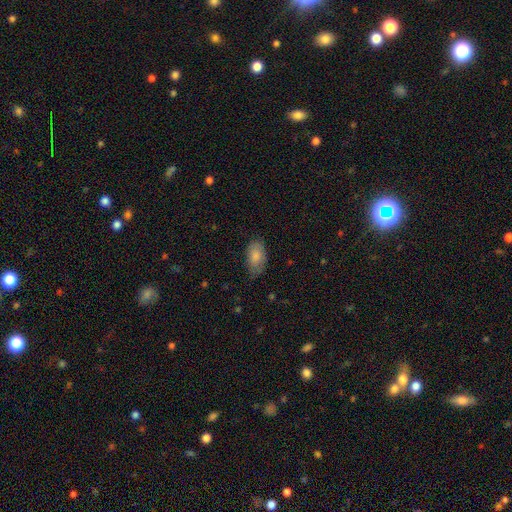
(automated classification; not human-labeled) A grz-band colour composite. It shows a smooth galaxy with no disk features (83%) that is in between round and cigar-shaped (94%). Merging: none (69%).